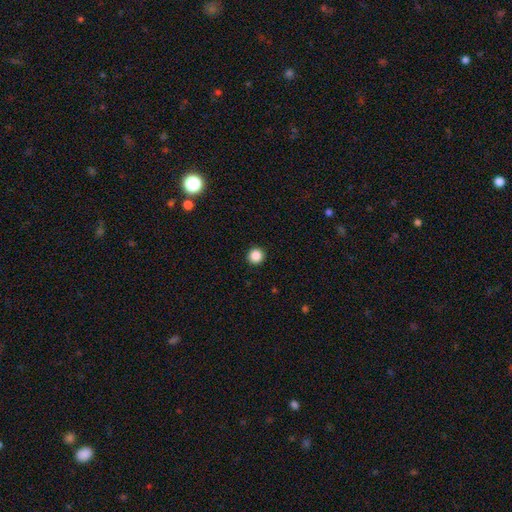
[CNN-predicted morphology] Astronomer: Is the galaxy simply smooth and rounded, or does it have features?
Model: smooth — 87%.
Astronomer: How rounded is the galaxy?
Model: round — 96%.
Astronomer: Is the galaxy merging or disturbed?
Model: none — 93%.